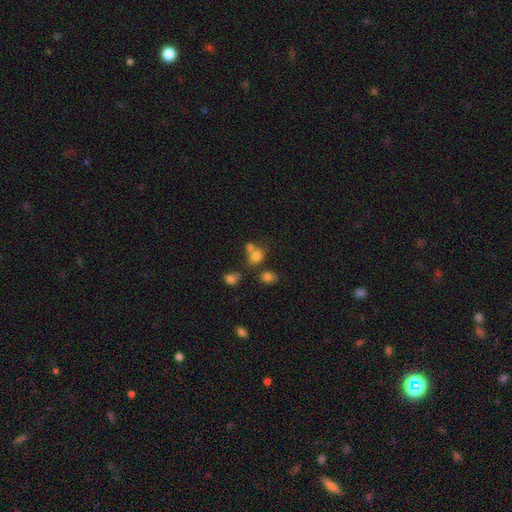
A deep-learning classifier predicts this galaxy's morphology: A smooth galaxy with no disk features (75%) that is round (50%). Merging: none (46%).